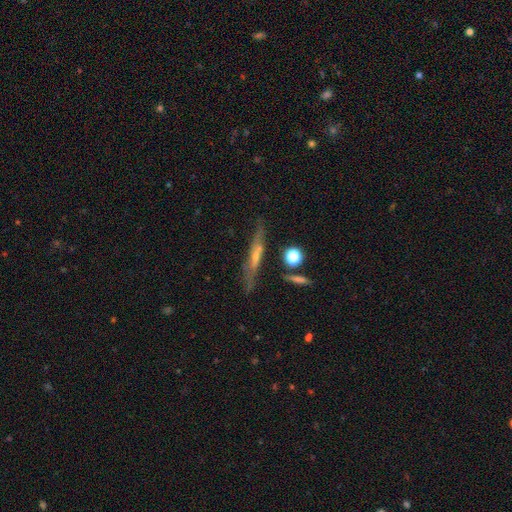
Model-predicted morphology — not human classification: A featured or disk galaxy (61%) viewed edge-on (81%). Merging: none (73%).